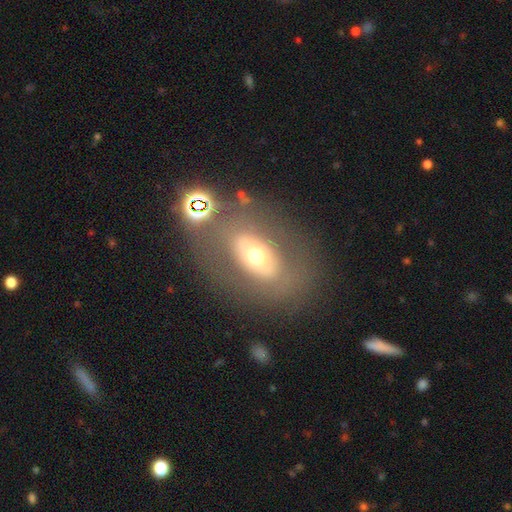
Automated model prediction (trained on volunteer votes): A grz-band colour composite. It shows a featured or disk galaxy (46%). Merging: none (71%).